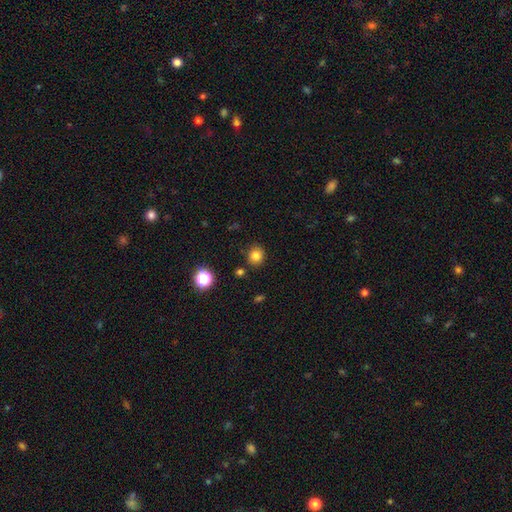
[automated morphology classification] A smooth galaxy with no disk features (80%) that is round (85%). Merging: none (86%).